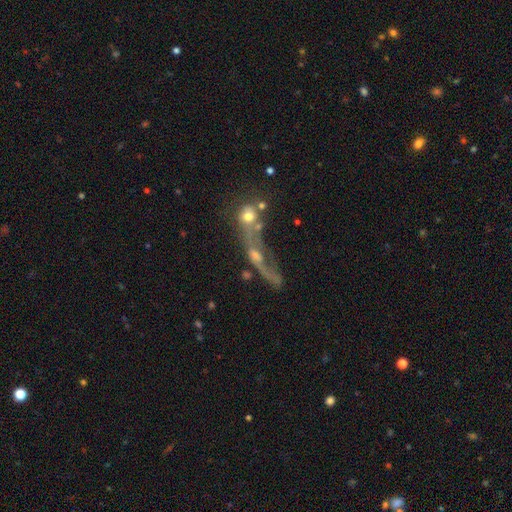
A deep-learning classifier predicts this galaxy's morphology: This is possibly a featured or disk galaxy (53%). It is likely not viewed edge-on (76%). Merging: possibly merger (51%).